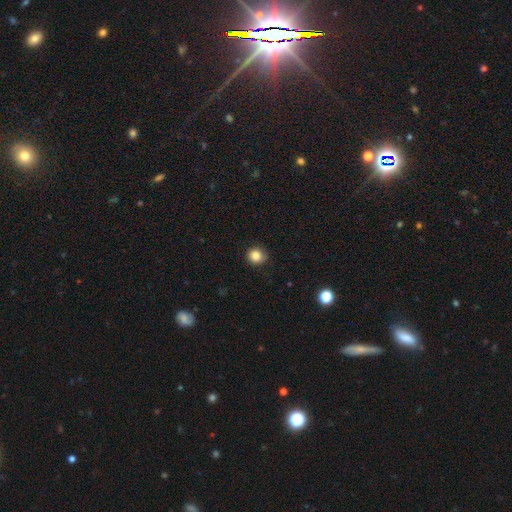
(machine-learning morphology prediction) Smooth or featured?
  - smooth: 84% *
  - star or artifact: 11%
  - featured or disk: 5%
How rounded?
  - round: 87% *
  - in between: 12%
  - cigar-shaped: 1%
Merging?
  - none: 87% *
  - minor disturbance: 10%
  - major disturbance: 2%
  - merger: 1%